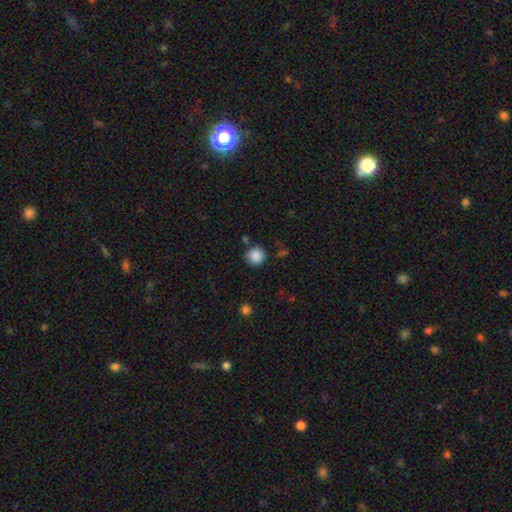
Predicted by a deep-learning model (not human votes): Smooth or featured?
  - smooth: 87% *
  - star or artifact: 9%
  - featured or disk: 3%
How rounded?
  - round: 92% *
  - in between: 7%
  - cigar-shaped: 1%
Merging?
  - none: 83% *
  - minor disturbance: 10%
  - merger: 4%
  - major disturbance: 3%